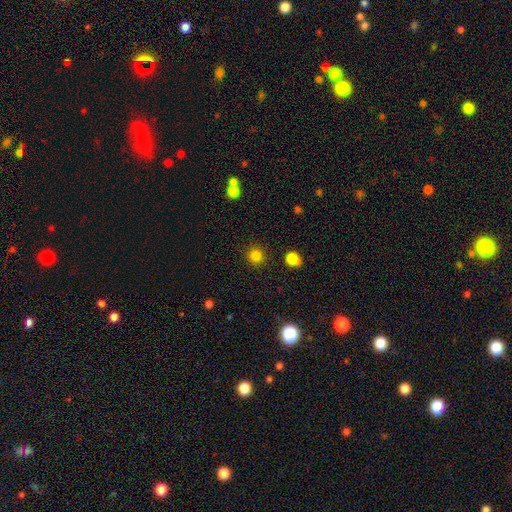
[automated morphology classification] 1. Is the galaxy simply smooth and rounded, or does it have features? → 83% smooth, 13% star or artifact, 4% featured or disk.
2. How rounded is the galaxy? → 92% round, 7% in between, 1% cigar-shaped.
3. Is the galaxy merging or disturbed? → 89% none, 6% minor disturbance, 2% merger, 2% major disturbance.